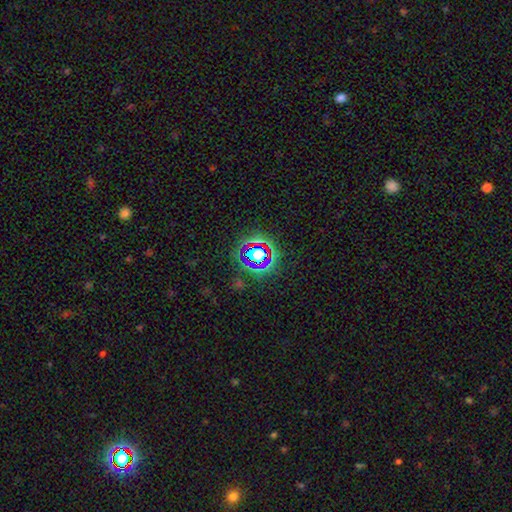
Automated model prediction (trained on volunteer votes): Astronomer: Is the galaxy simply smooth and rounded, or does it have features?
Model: star or artifact — 66%.